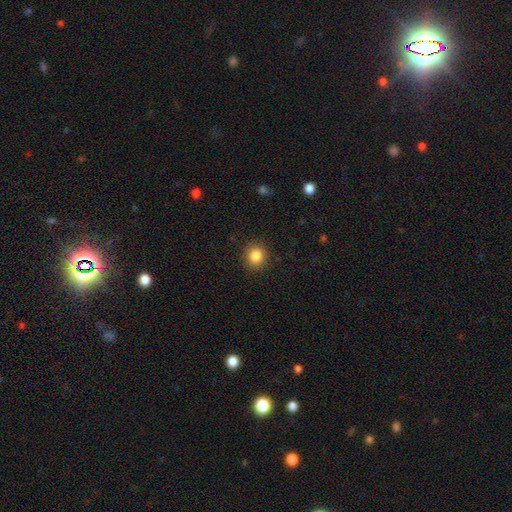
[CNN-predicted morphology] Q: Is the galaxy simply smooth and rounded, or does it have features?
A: smooth — 85%.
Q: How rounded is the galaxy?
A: round — 88%.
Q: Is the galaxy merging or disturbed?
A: none — 90%.